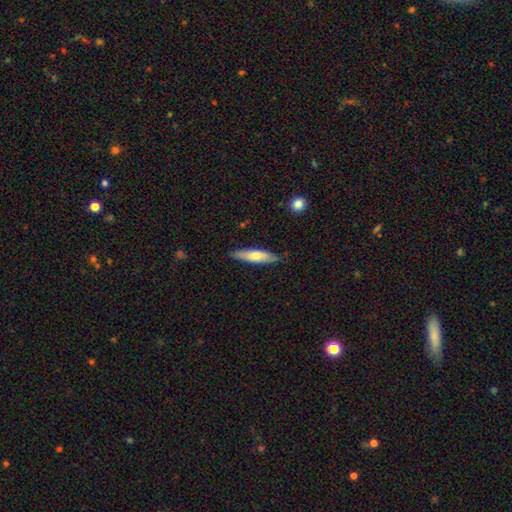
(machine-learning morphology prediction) The model was most divided on "smooth or featured": smooth: 62%, featured or disk: 32%, star or artifact: 6%. More confident: merging — none (82%); how rounded — cigar-shaped (66%).